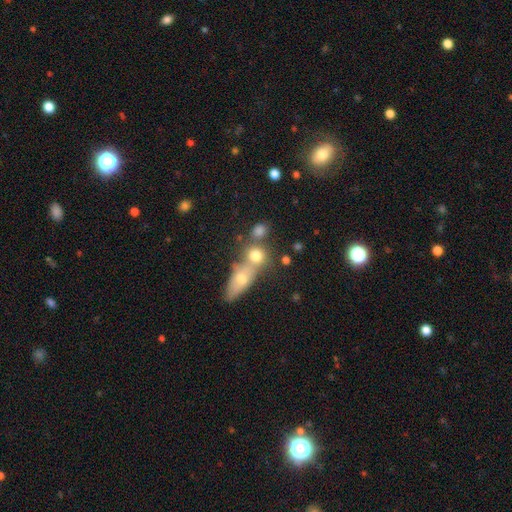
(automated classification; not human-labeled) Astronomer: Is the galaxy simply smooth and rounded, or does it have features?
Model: smooth — 72%.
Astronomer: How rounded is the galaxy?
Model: round — 66%.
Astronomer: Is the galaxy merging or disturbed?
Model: merger — 47% (runner-up: none, 39%).